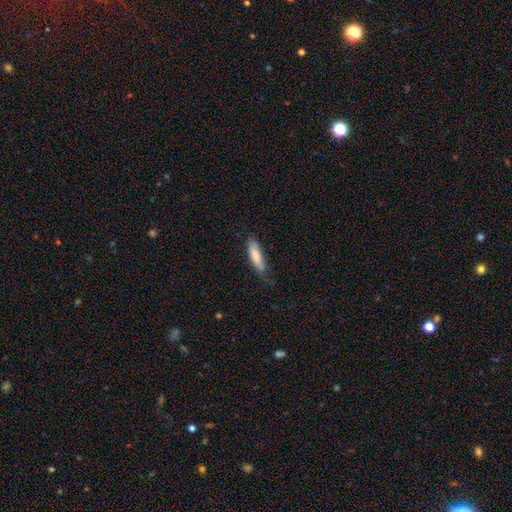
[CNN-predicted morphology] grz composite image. It shows a smooth galaxy with no disk features (80%) that is cigar-shaped (62%). Merging: none (67%).